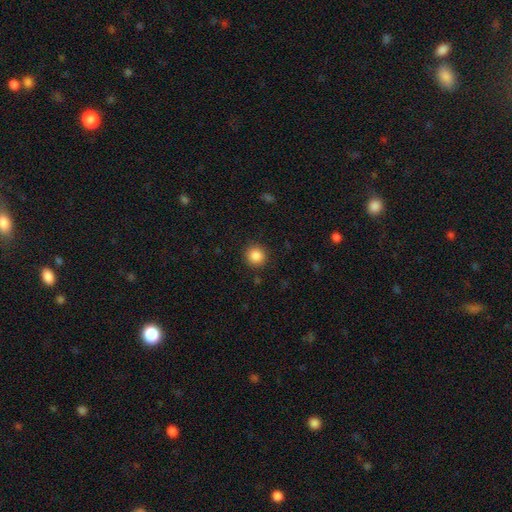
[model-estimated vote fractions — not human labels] smooth_or_featured: smooth (p=0.86) [alt: star or artifact p=0.10]
how_rounded: round (p=0.94) [alt: in between p=0.05]
merging: none (p=0.91) [alt: minor disturbance p=0.06]